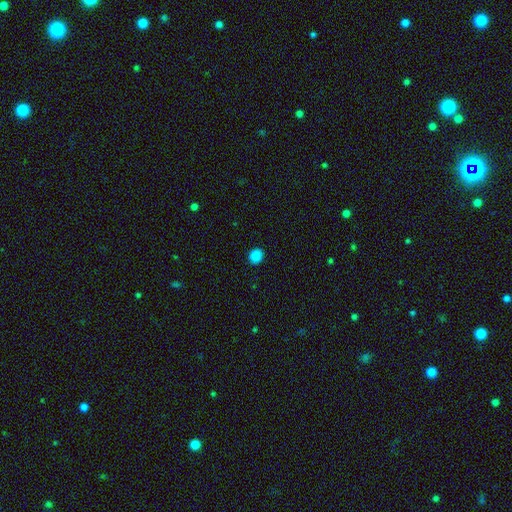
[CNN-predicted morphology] Smooth or featured?
  - smooth: 86% *
  - star or artifact: 12%
  - featured or disk: 2%
How rounded?
  - round: 72% *
  - in between: 27%
  - cigar-shaped: 1%
Merging?
  - none: 90% *
  - minor disturbance: 7%
  - major disturbance: 2%
  - merger: 1%